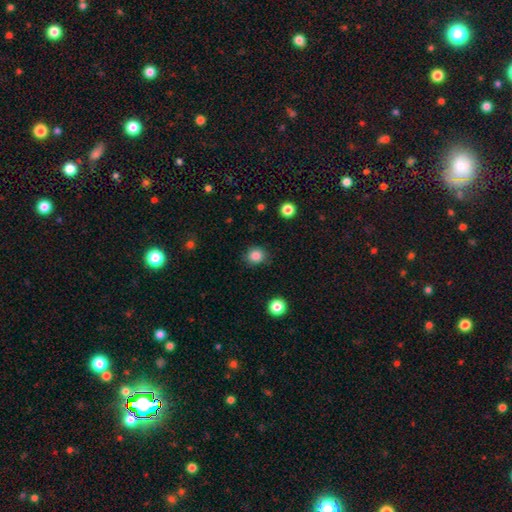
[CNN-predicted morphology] Q: Smooth or featured?
A: smooth (86%); runner-up: star or artifact (10%)
Q: How rounded?
A: round (79%); runner-up: in between (20%)
Q: Merging?
A: none (83%); runner-up: minor disturbance (12%)